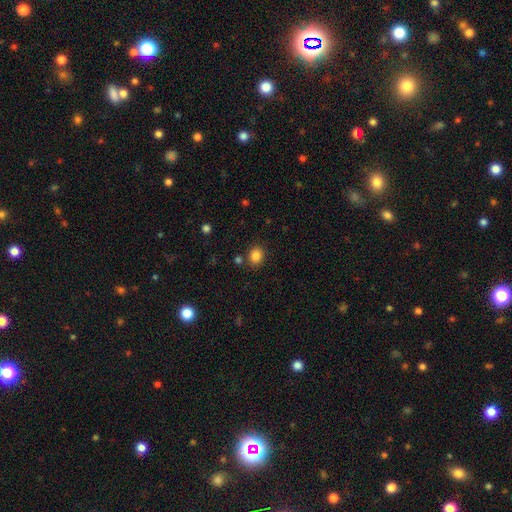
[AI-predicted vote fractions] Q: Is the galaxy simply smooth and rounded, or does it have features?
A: smooth — 85%.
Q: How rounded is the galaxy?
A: round — 61%.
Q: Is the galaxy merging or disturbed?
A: none — 81%.